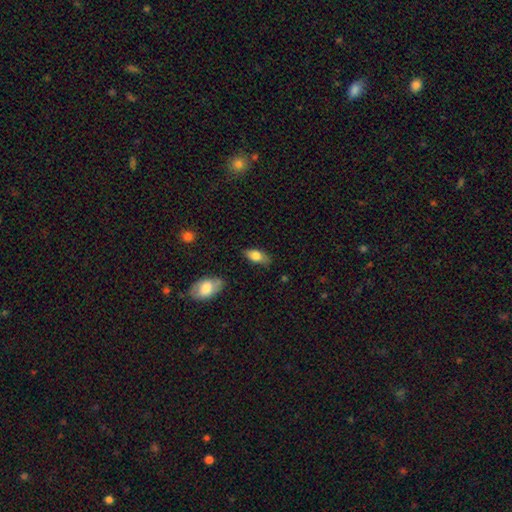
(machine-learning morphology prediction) Overall: smooth (77%). How rounded: in between (86%). Merging: none (76%).